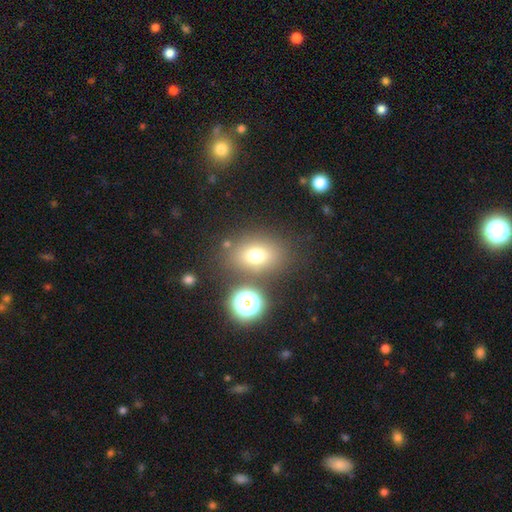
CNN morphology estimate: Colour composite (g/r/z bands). It shows a smooth galaxy with no disk features (72%) that is in between round and cigar-shaped (63%). Merging: none (75%).